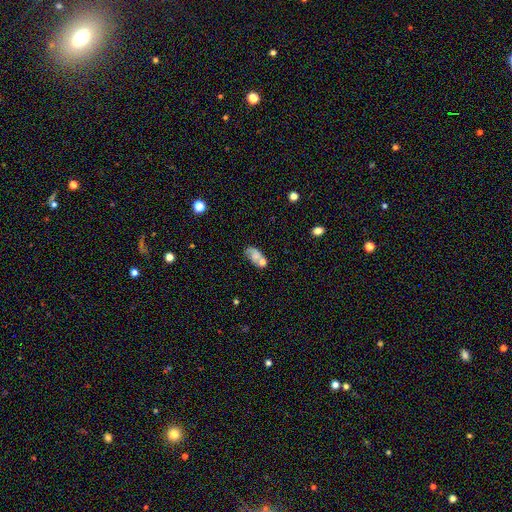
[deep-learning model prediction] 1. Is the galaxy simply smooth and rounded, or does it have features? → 58% smooth, 29% featured or disk, 13% star or artifact.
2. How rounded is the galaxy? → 84% in between, 13% round, 4% cigar-shaped.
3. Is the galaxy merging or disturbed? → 35% none, 29% merger, 20% minor disturbance, 16% major disturbance.